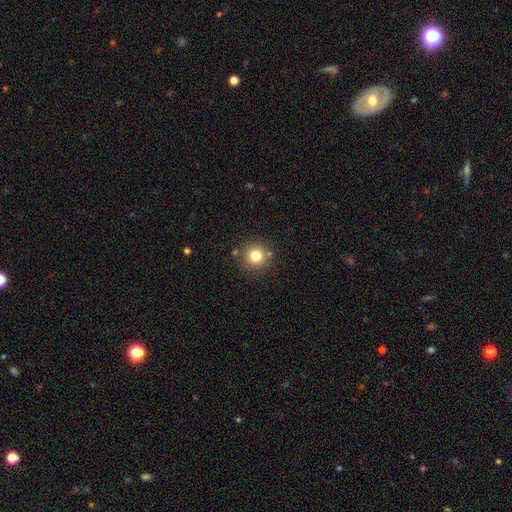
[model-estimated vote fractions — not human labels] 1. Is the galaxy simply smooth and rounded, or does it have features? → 80% smooth, 13% star or artifact, 8% featured or disk.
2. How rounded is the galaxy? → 95% round, 4% in between, 1% cigar-shaped.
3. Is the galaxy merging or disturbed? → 85% none, 8% minor disturbance, 4% merger, 3% major disturbance.